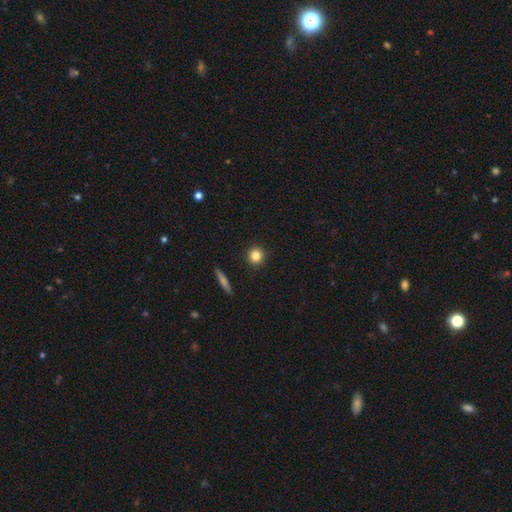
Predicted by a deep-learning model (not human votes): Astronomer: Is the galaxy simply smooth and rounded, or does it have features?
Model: smooth — 83%.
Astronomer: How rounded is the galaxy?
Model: round — 92%.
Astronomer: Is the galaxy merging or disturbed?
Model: none — 91%.